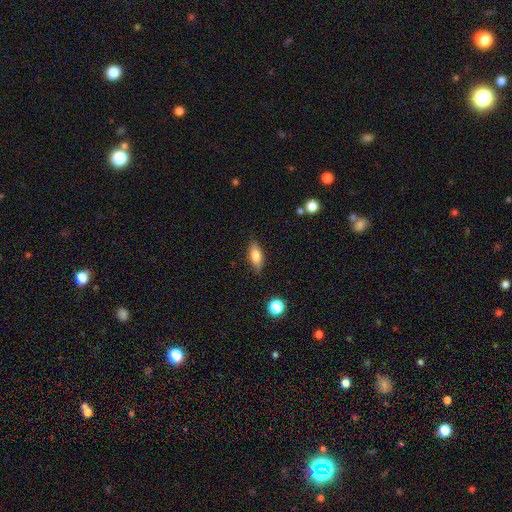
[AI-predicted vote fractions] Q: Smooth or featured?
A: smooth (76%); runner-up: featured or disk (16%)
Q: How rounded?
A: in between (77%); runner-up: cigar-shaped (19%)
Q: Merging?
A: none (84%); runner-up: minor disturbance (12%)